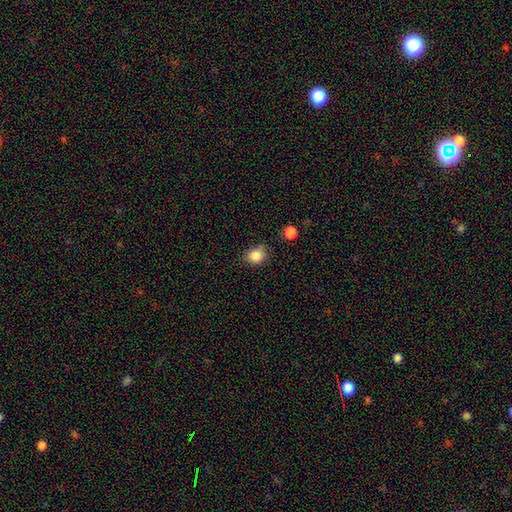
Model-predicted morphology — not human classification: This appears to be a smooth galaxy with no disk features (84%) that is round (61%). Merging: none (71%).